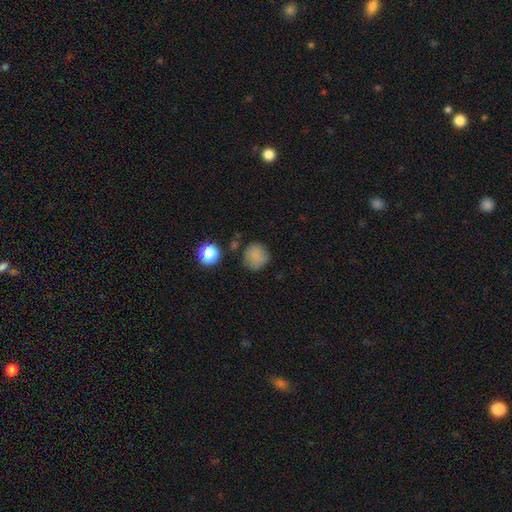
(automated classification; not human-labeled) smooth_or_featured: smooth (p=0.82) [alt: star or artifact p=0.12]
how_rounded: round (p=0.92) [alt: in between p=0.07]
merging: none (p=0.79) [alt: minor disturbance p=0.13]